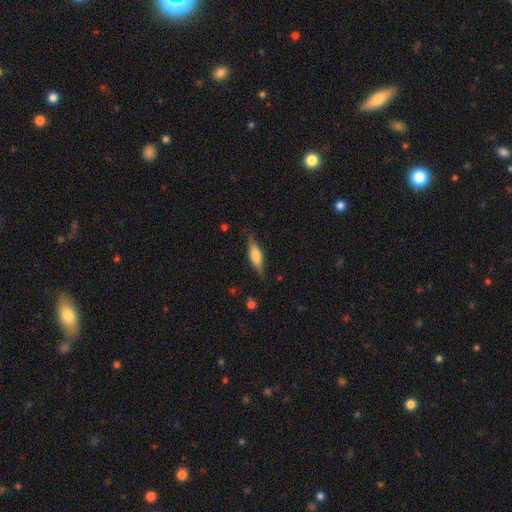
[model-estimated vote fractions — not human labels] Smooth or featured?
  - smooth: 67% *
  - featured or disk: 27%
  - star or artifact: 6%
How rounded?
  - in between: 51% *
  - cigar-shaped: 47%
  - round: 2%
Merging?
  - none: 78% *
  - minor disturbance: 17%
  - major disturbance: 4%
  - merger: 1%